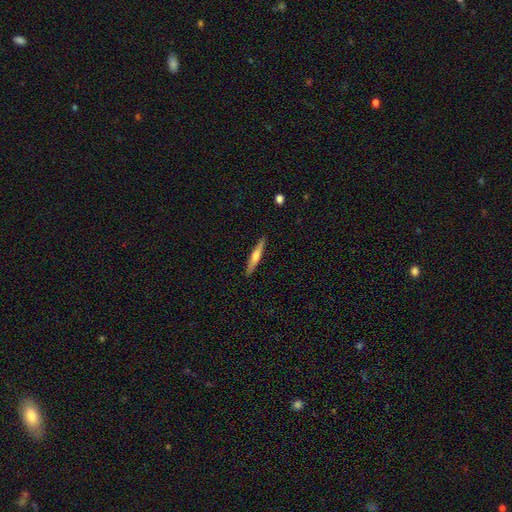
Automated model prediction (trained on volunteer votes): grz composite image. It shows a smooth galaxy with no disk features (49%). Merging: none (90%).